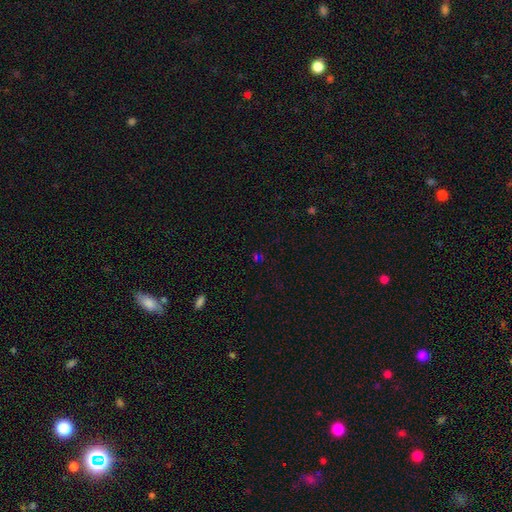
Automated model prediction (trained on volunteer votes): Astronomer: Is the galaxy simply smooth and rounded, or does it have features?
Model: star or artifact — 57% (runner-up: smooth, 34%).